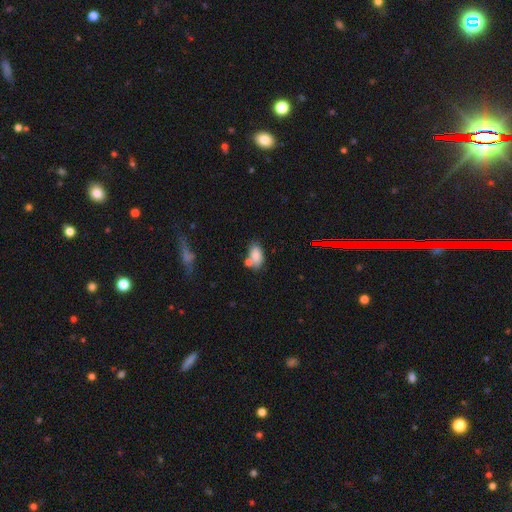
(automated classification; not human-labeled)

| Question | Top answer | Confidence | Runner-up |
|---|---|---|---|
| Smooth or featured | smooth | 81% | featured or disk (9%) |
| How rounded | in between | 89% | round (8%) |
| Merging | none | 51% | merger (25%) |